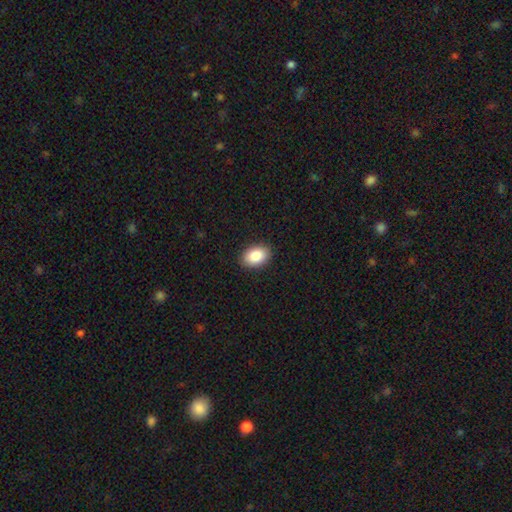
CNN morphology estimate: type=smooth (87%); roundness=in between (83%); merging=none (89%).